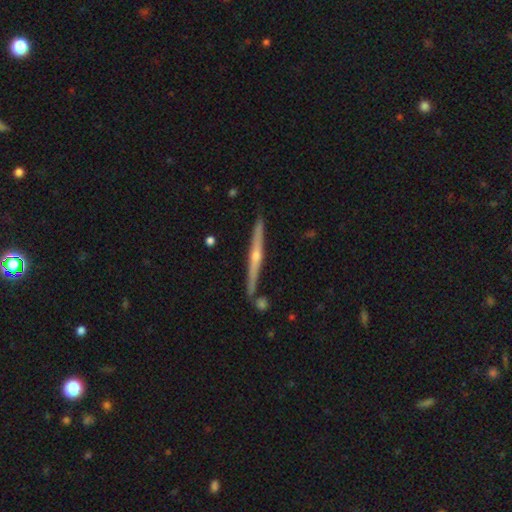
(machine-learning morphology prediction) This is likely a featured or disk galaxy (80%). It is clearly viewed edge-on (98%). Edge-on bulge: clearly rounded (84%). Merging: clearly none (87%).